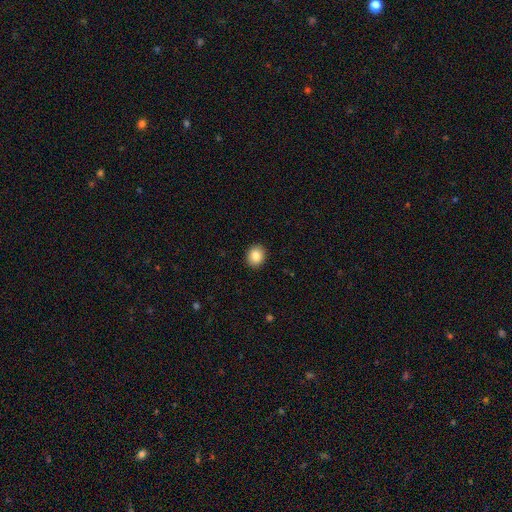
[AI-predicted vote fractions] Morphology: type=smooth (86%); roundness=round (69%); merging=none (92%).